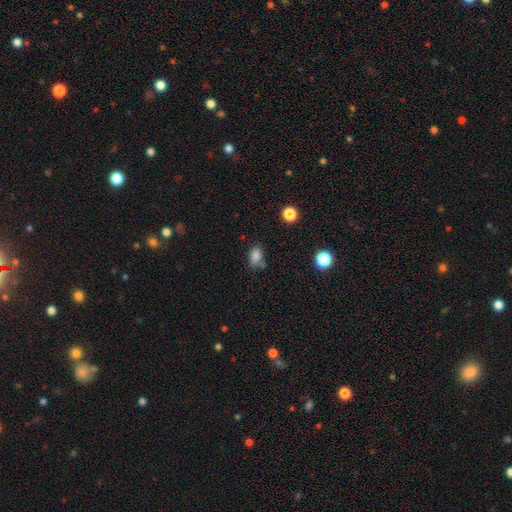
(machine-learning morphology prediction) type=smooth (82%); roundness=in between (77%); merging=none (65%).